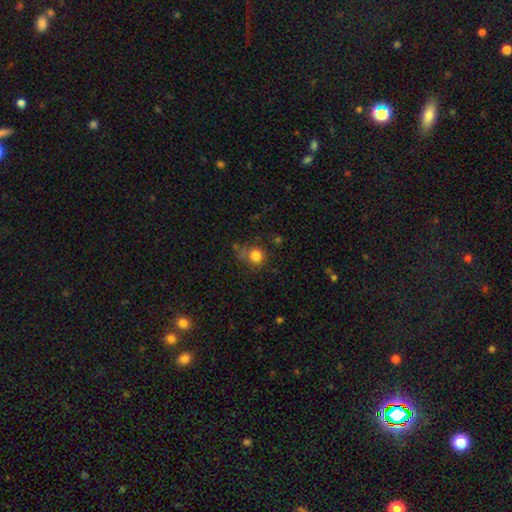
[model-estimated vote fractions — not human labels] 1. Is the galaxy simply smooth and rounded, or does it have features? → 81% smooth, 12% star or artifact, 7% featured or disk.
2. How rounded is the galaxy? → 85% round, 14% in between, 1% cigar-shaped.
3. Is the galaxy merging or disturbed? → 62% none, 20% minor disturbance, 10% major disturbance, 8% merger.